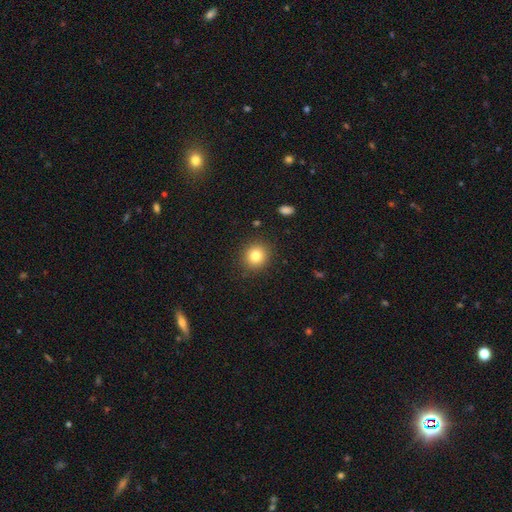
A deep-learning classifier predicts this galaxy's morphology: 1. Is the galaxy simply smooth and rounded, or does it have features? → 81% smooth, 11% star or artifact, 8% featured or disk.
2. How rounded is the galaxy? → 89% round, 10% in between, 1% cigar-shaped.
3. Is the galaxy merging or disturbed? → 89% none, 7% minor disturbance, 3% major disturbance, 1% merger.